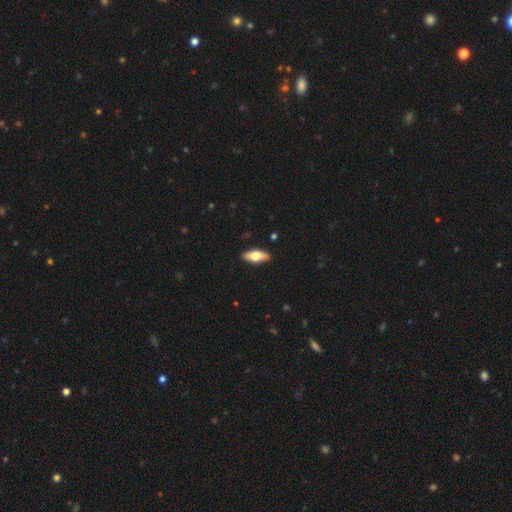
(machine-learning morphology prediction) A smooth galaxy with no disk features (62%) that is in between round and cigar-shaped (76%).

Vote fractions:
- Smooth or featured? smooth: 62% / featured or disk: 32% / star or artifact: 6%
- How rounded? in between: 76% / cigar-shaped: 21% / round: 3%
- Merging? none: 89% / minor disturbance: 8% / major disturbance: 2% / merger: 1%